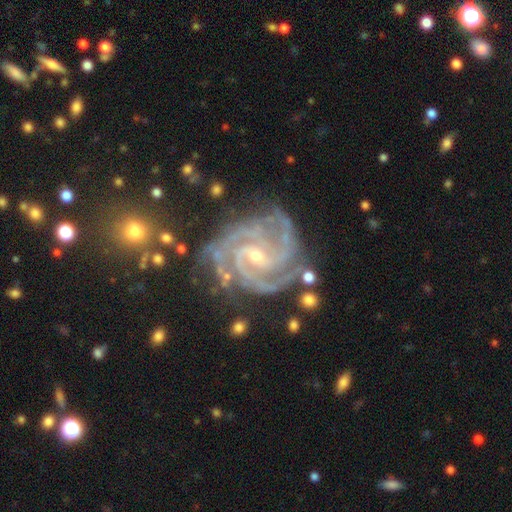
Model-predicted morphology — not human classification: smooth_or_featured: featured or disk (p=0.93) [alt: star or artifact p=0.05]
disk_edge_on: no (p=0.98) [alt: yes p=0.02]
bar: weak (p=0.43) [alt: no p=0.35]
has_spiral_arms: yes (p=0.99) [alt: no p=0.01]
spiral_winding: tight (p=0.71) [alt: medium p=0.27]
spiral_arm_count: 3 (p=0.34) [alt: 4 p=0.29]
bulge_size: small (p=0.66) [alt: moderate p=0.32]
merging: none (p=0.70) [alt: minor disturbance p=0.20]